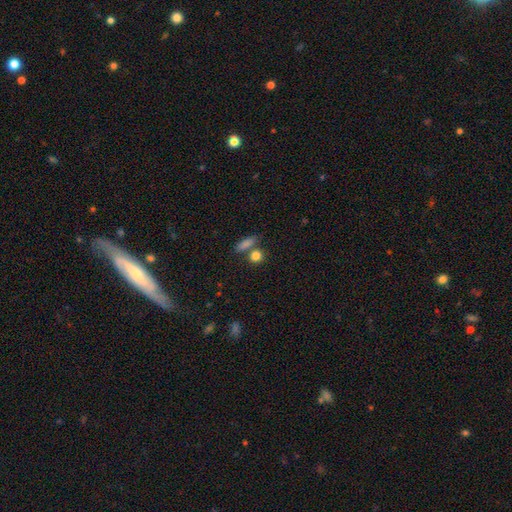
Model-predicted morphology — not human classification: smooth_or_featured: smooth (p=0.83) [alt: star or artifact p=0.10]
how_rounded: round (p=0.68) [alt: in between p=0.25]
merging: none (p=0.64) [alt: merger p=0.23]